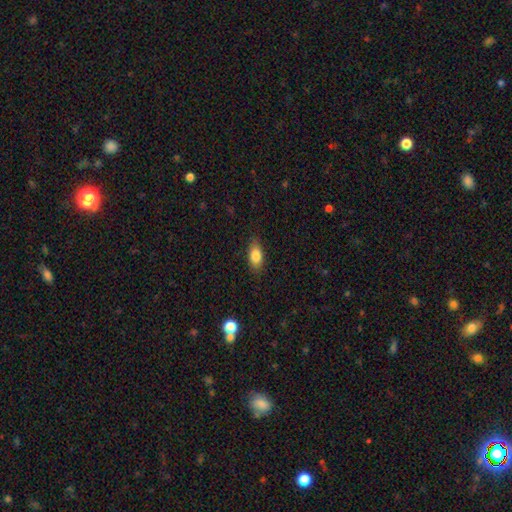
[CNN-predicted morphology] A smooth galaxy with no disk features (83%) that is in between round and cigar-shaped (86%). Merging: none (84%).